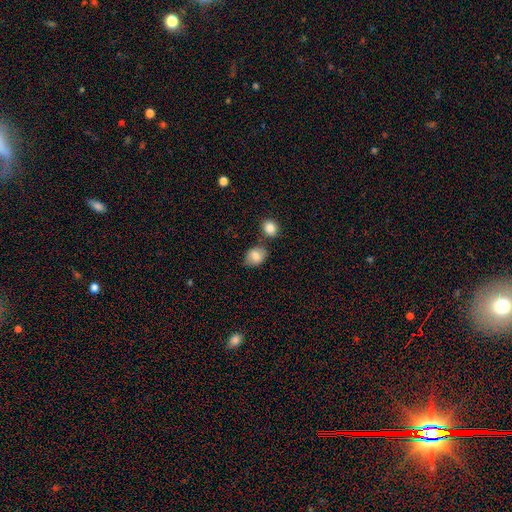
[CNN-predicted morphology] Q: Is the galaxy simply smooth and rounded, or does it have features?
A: smooth — 80%.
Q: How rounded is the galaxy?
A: in between — 55%.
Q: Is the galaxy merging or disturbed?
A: none — 70%.